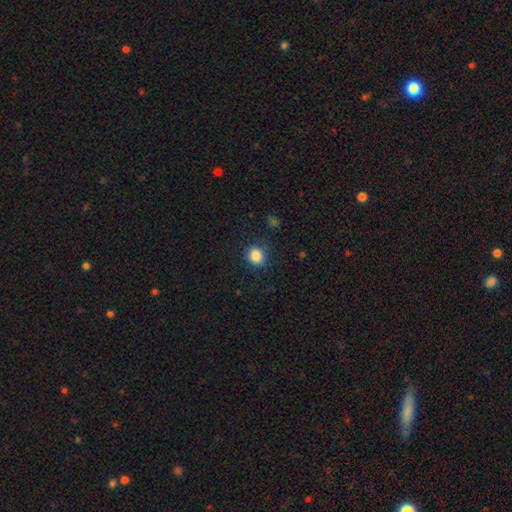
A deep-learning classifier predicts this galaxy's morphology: Smooth or featured? smooth (86%)
How rounded? round (82%)
Merging? none (84%)